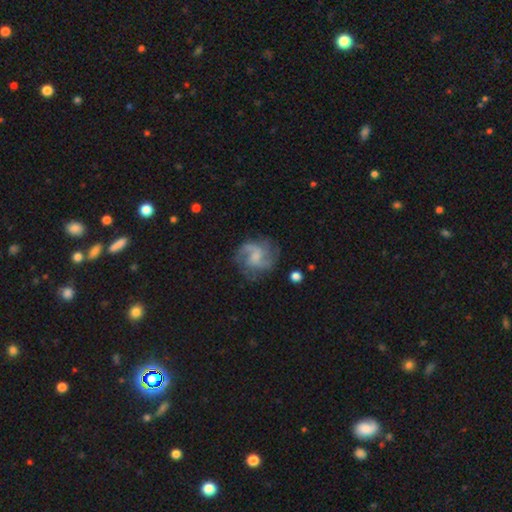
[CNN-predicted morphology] Q: Smooth or featured?
A: featured or disk (77%); runner-up: smooth (16%)
Q: Edge-on disk?
A: no (98%); runner-up: yes (2%)
Q: Bar?
A: no (47%); runner-up: weak (45%)
Q: Spiral arms?
A: yes (94%); runner-up: no (6%)
Q: Spiral winding?
A: medium (48%); runner-up: loose (35%)
Q: Spiral arm count?
A: 2 (45%); runner-up: 3 (25%)
Q: Bulge size?
A: small (37%); runner-up: none (29%)
Q: Merging?
A: none (69%); runner-up: minor disturbance (17%)